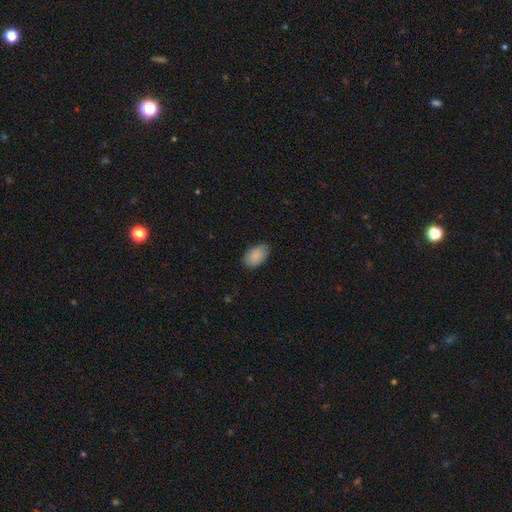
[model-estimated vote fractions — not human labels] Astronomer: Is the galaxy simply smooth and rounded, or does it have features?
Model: smooth — 88%.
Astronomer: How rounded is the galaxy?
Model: in between — 92%.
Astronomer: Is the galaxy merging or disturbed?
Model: none — 77%.